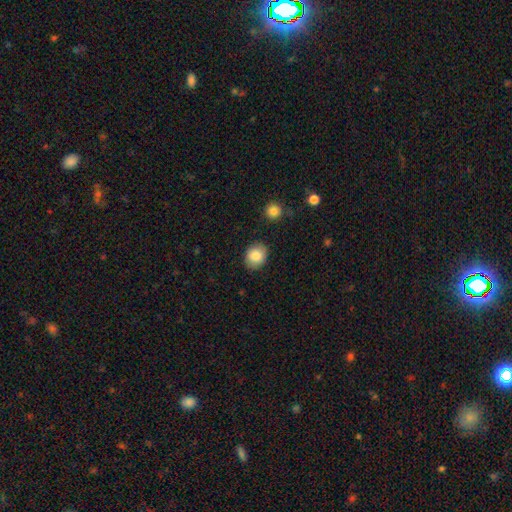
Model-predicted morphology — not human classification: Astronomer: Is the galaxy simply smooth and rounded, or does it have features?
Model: smooth — 87%.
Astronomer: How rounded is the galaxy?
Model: round — 55% (runner-up: in between, 44%).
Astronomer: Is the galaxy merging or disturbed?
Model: none — 84%.